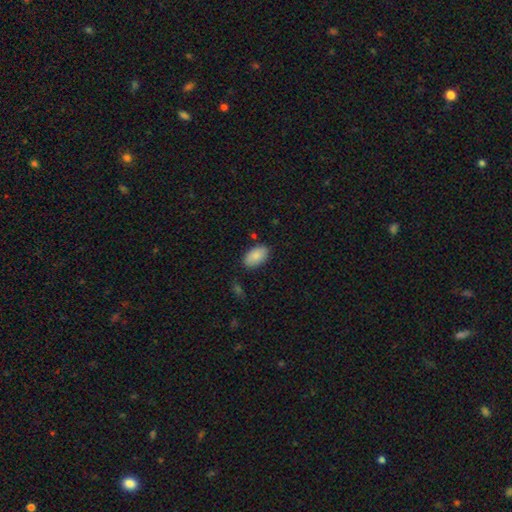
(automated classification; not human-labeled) Smooth or featured? Predicted: smooth (p=0.88). How rounded? Predicted: in between (p=0.94). Merging? Predicted: none (p=0.83).